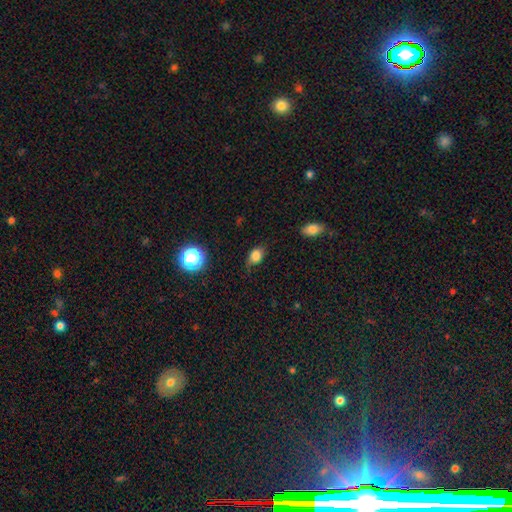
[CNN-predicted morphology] smooth_or_featured: smooth (p=0.80) [alt: star or artifact p=0.12]
how_rounded: in between (p=0.74) [alt: round p=0.24]
merging: none (p=0.63) [alt: minor disturbance p=0.28]